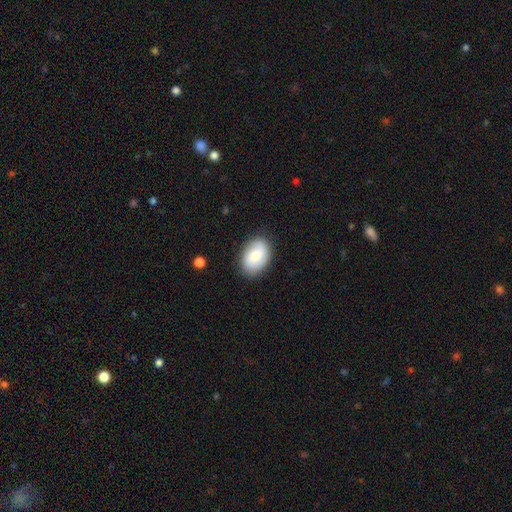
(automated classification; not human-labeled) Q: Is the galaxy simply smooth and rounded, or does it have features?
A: smooth — 69%.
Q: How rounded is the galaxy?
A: in between — 80%.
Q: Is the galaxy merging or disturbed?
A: none — 84%.